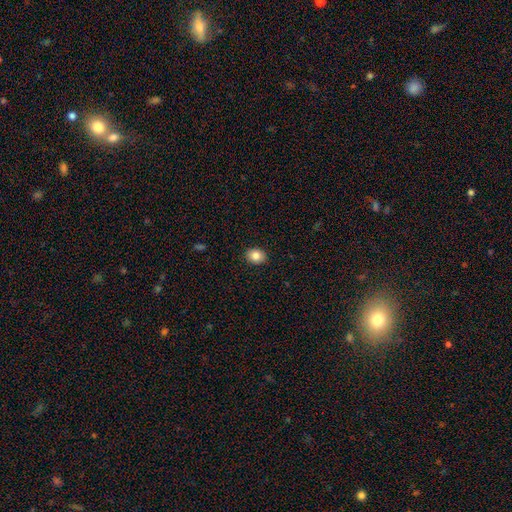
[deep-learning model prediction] Q: Smooth or featured?
A: smooth (85%); runner-up: star or artifact (9%)
Q: How rounded?
A: in between (53%); runner-up: round (46%)
Q: Merging?
A: none (91%); runner-up: minor disturbance (7%)